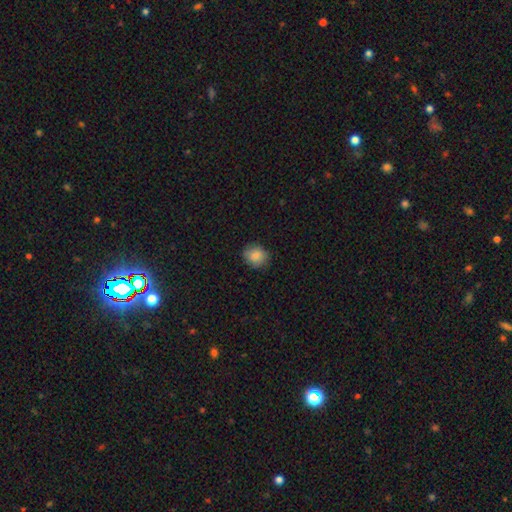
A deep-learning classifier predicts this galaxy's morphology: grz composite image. It shows a smooth galaxy with no disk features (84%) that is round (73%). Merging: none (81%).